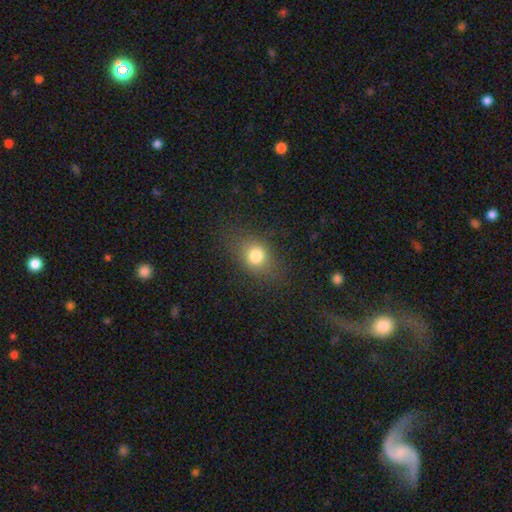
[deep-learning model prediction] smooth-or-featured: smooth: 78% | star or artifact: 13% | featured or disk: 9%
  how-rounded: round: 50% | in between: 48% | cigar-shaped: 2%
  merging: none: 78% | minor disturbance: 14% | major disturbance: 7% | merger: 1%